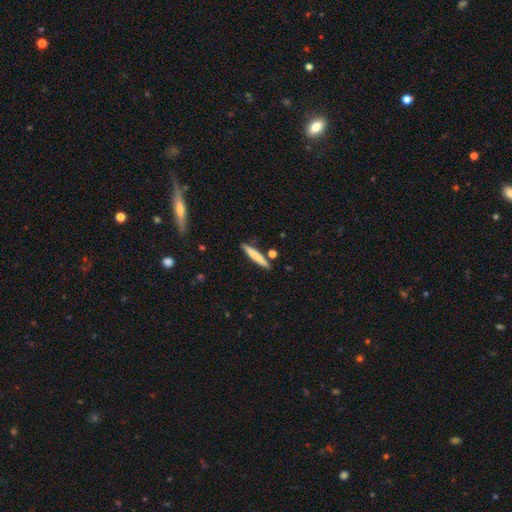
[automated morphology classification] The model was most divided on "smooth or featured": smooth: 74%, featured or disk: 20%, star or artifact: 6%. More confident: how rounded — cigar-shaped (94%); merging — none (84%).